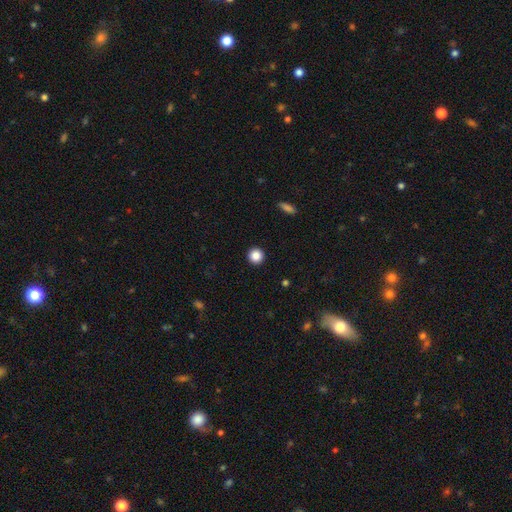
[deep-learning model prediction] The model was most divided on "smooth or featured": smooth: 86%, star or artifact: 10%, featured or disk: 4%. More confident: how rounded — round (96%); merging — none (93%).